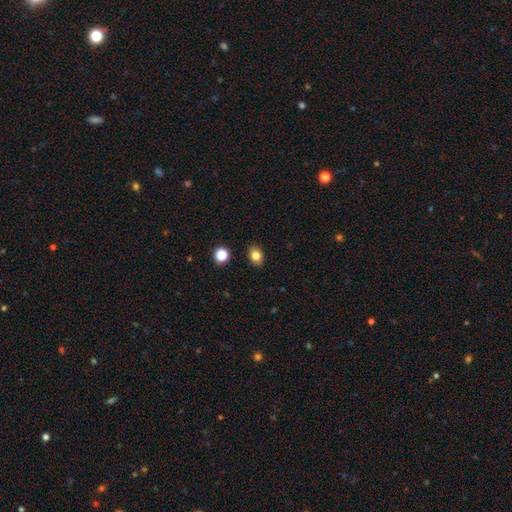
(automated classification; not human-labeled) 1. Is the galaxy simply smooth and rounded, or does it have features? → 82% smooth, 11% star or artifact, 7% featured or disk.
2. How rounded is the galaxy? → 61% in between, 38% round, 1% cigar-shaped.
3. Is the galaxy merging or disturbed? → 88% none, 8% minor disturbance, 2% major disturbance, 2% merger.